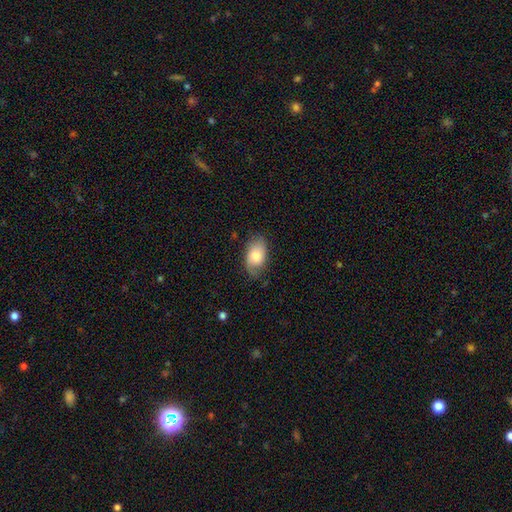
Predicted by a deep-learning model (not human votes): Smooth or featured: smooth — 73% (featured or disk — 21%)
How rounded: in between — 92% (round — 7%)
Merging: none — 67% (minor disturbance — 25%)